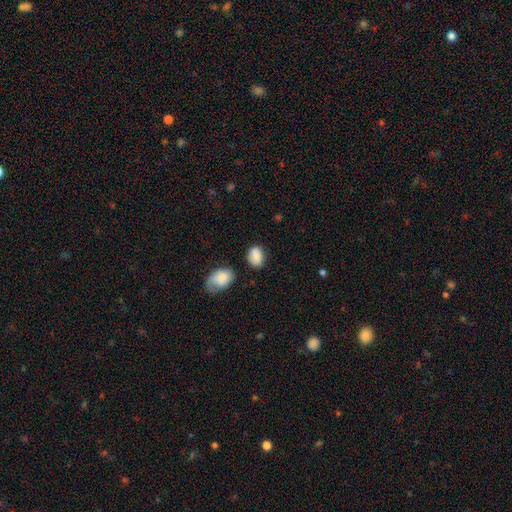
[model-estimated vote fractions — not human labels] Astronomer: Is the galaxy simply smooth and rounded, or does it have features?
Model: smooth — 85%.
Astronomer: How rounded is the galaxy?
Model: in between — 74%.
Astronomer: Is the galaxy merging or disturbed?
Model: none — 72%.